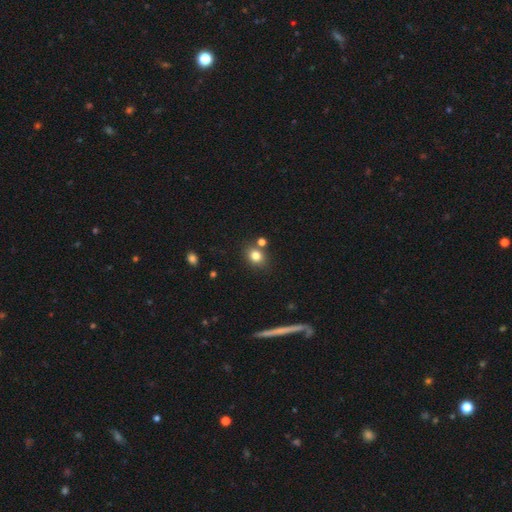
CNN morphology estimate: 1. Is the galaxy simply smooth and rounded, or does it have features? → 80% smooth, 12% star or artifact, 8% featured or disk.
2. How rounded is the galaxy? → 63% round, 35% in between, 1% cigar-shaped.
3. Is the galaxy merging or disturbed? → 73% none, 12% merger, 11% minor disturbance, 3% major disturbance.